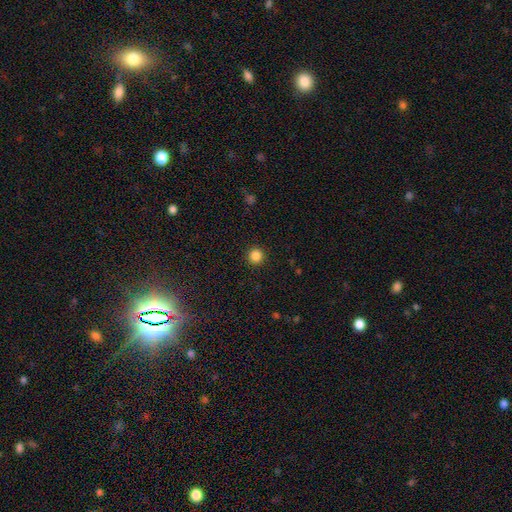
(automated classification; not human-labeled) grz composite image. It shows a smooth galaxy with no disk features (85%) that is round (95%). Merging: none (93%).